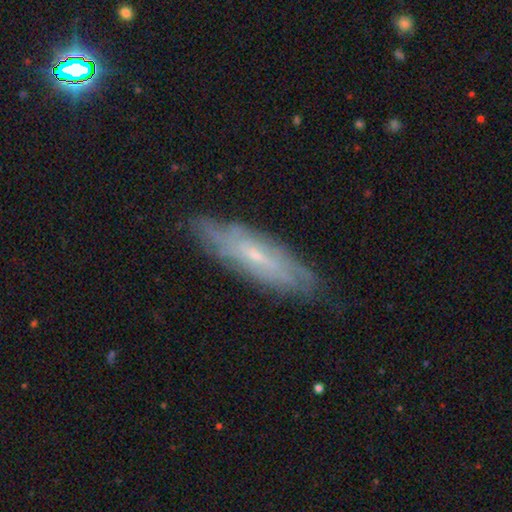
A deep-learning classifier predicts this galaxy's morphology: Overall: featured or disk (66%). Edge-on disk: no (61%; yes 39%). Merging: none (80%).